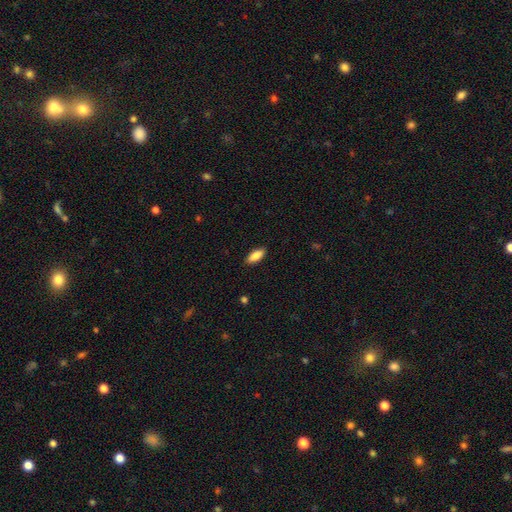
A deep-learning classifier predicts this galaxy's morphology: Smooth or featured?
  - smooth: 87% *
  - featured or disk: 7%
  - star or artifact: 6%
How rounded?
  - in between: 80% *
  - cigar-shaped: 18%
  - round: 2%
Merging?
  - none: 88% *
  - minor disturbance: 9%
  - major disturbance: 2%
  - merger: 1%